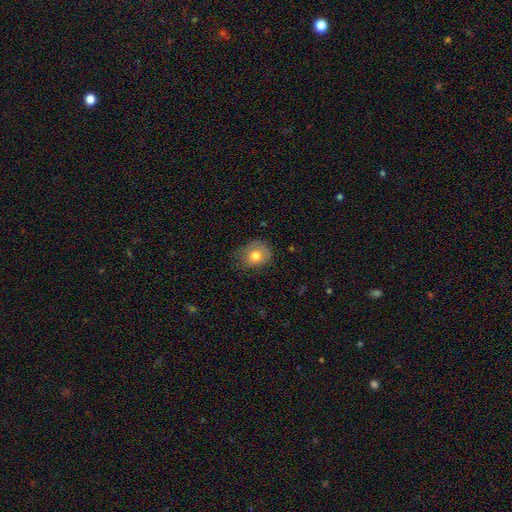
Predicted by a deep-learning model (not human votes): Smooth or featured? Predicted: smooth (p=0.72). How rounded? Predicted: round (p=0.64). Merging? Predicted: none (p=0.59).